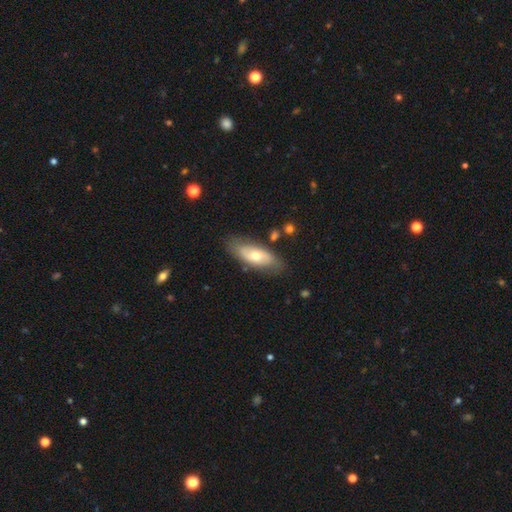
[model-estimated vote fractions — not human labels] Smooth or featured? Predicted: smooth (p=0.52). How rounded? Predicted: in between (p=0.81). Merging? Predicted: none (p=0.77).